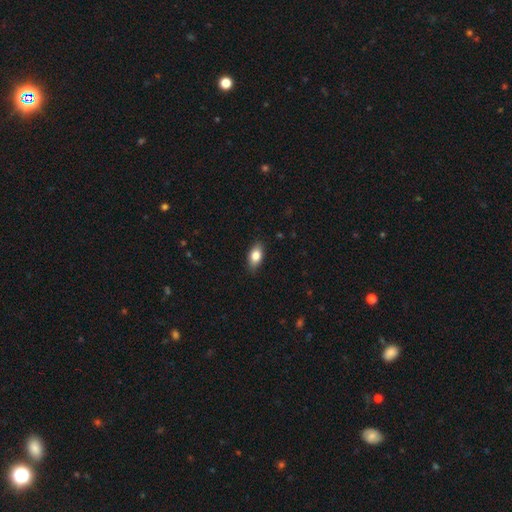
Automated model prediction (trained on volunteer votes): A smooth galaxy with no disk features (79%) that is in between round and cigar-shaped (87%).

Vote fractions:
- Smooth or featured? smooth: 79% / featured or disk: 14% / star or artifact: 7%
- How rounded? in between: 87% / round: 7% / cigar-shaped: 6%
- Merging? none: 84% / minor disturbance: 13% / major disturbance: 2% / merger: 1%